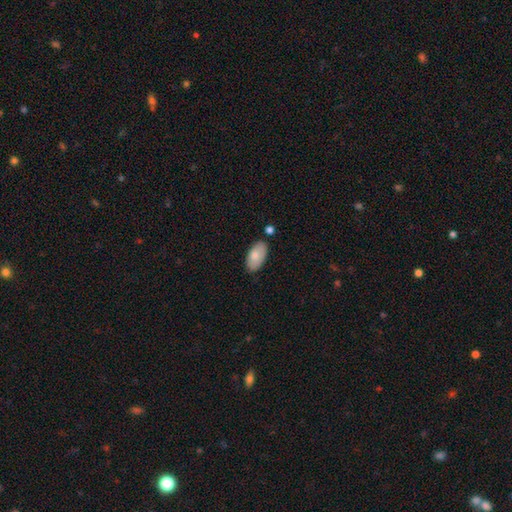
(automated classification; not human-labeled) Smooth or featured? smooth (82%)
How rounded? in between (95%)
Merging? none (78%)